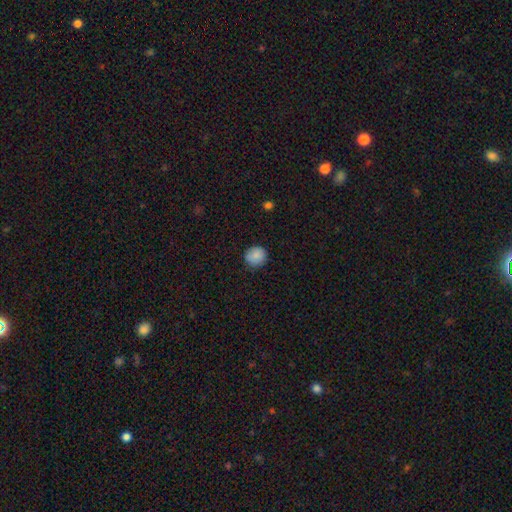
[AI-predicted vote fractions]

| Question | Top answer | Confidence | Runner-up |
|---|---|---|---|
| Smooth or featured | smooth | 86% | star or artifact (8%) |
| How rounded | round | 88% | in between (11%) |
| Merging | none | 86% | minor disturbance (11%) |